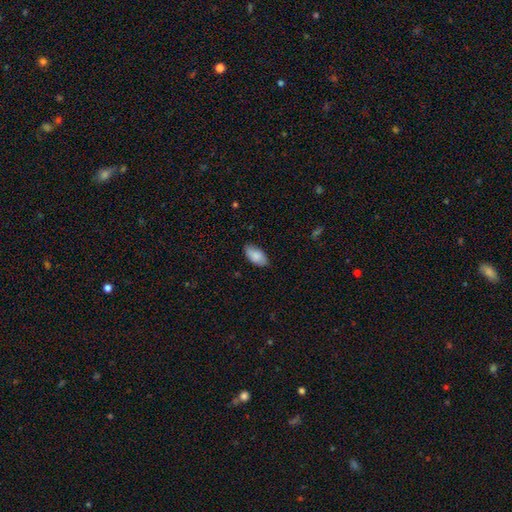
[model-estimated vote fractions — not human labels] smooth 87%, featured or disk 7%, star or artifact 6%. Down the decision tree: how rounded — in between (94%); merging — none (84%).